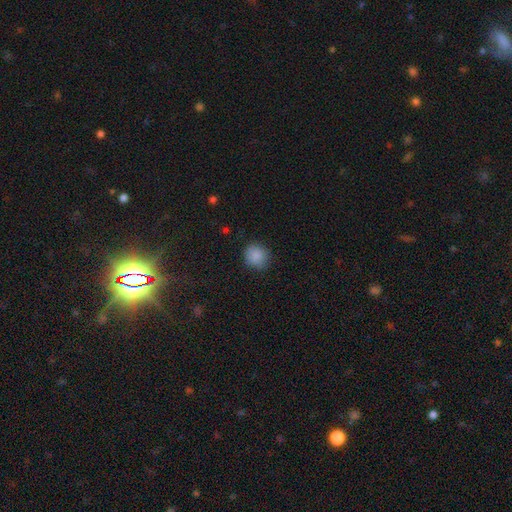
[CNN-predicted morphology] Smooth or featured: smooth — 87% (star or artifact — 9%)
How rounded: round — 88% (in between — 11%)
Merging: none — 85% (minor disturbance — 11%)